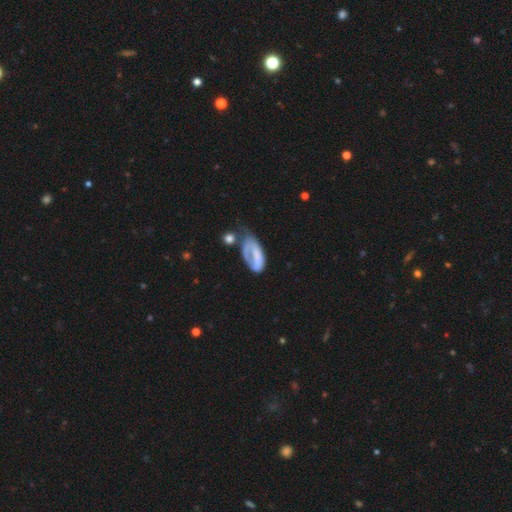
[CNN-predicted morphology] Smooth or featured?
  - smooth: 50% *
  - featured or disk: 43%
  - star or artifact: 7%
Merging?
  - major disturbance: 32% *
  - none: 29%
  - minor disturbance: 26%
  - merger: 13%